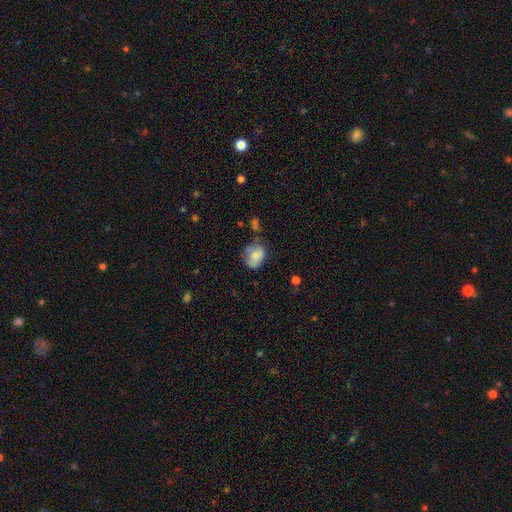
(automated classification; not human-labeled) Smooth or featured?
  - smooth: 76% *
  - featured or disk: 16%
  - star or artifact: 8%
How rounded?
  - in between: 61% *
  - round: 38%
  - cigar-shaped: 1%
Merging?
  - none: 50% *
  - minor disturbance: 33%
  - major disturbance: 11%
  - merger: 6%